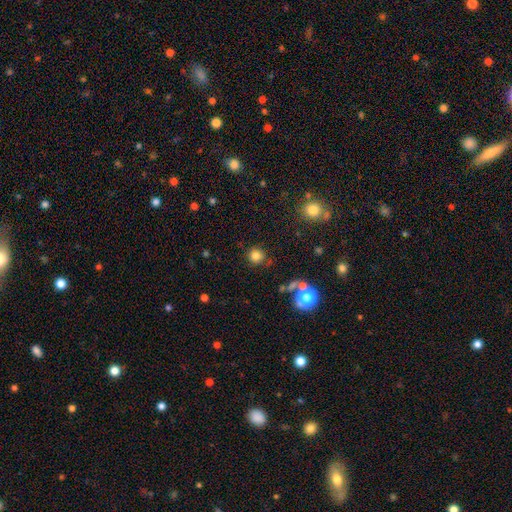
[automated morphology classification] Q: Smooth or featured?
A: smooth (79%); runner-up: star or artifact (14%)
Q: How rounded?
A: round (91%); runner-up: in between (8%)
Q: Merging?
A: none (82%); runner-up: minor disturbance (10%)